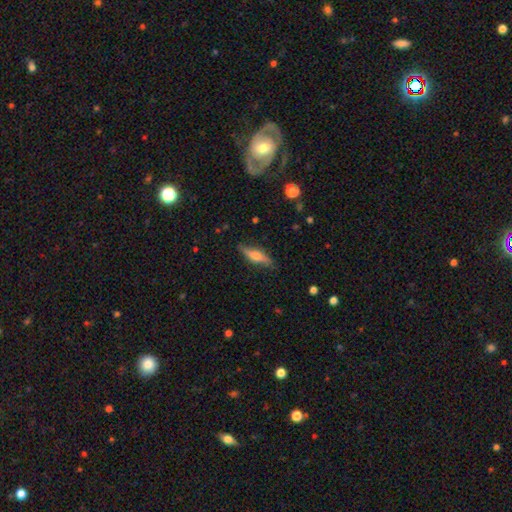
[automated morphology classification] Q: Smooth or featured?
A: featured or disk (52%); runner-up: smooth (41%)
Q: Edge-on disk?
A: yes (88%); runner-up: no (12%)
Q: Merging?
A: none (81%); runner-up: minor disturbance (15%)